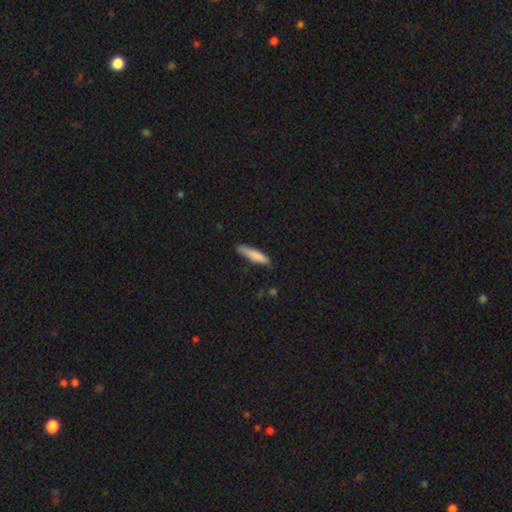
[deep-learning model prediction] This appears to be a smooth galaxy with no disk features (82%) that is cigar-shaped (82%). Merging: none (76%).